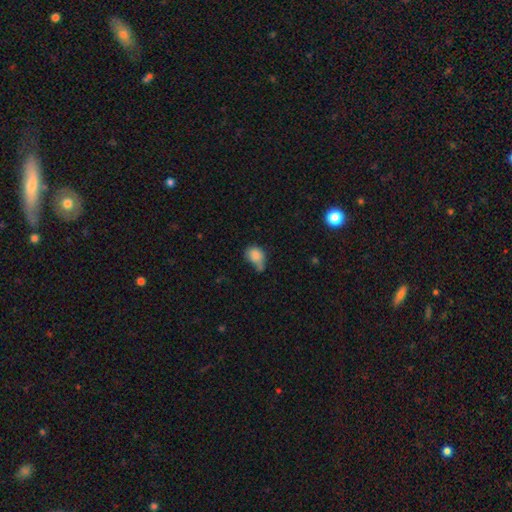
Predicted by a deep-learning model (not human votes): Smooth or featured?
  - smooth: 83% *
  - star or artifact: 10%
  - featured or disk: 7%
How rounded?
  - in between: 53% *
  - round: 45%
  - cigar-shaped: 1%
Merging?
  - none: 36% *
  - minor disturbance: 33%
  - merger: 18%
  - major disturbance: 14%